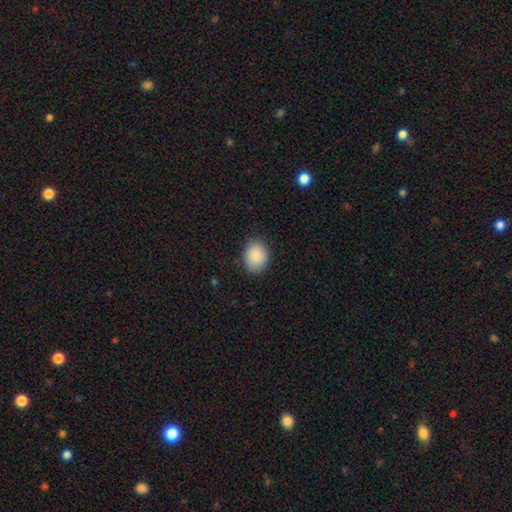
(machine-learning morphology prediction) smooth_or_featured: smooth (p=0.87) [alt: star or artifact p=0.08]
how_rounded: in between (p=0.52) [alt: round p=0.47]
merging: none (p=0.85) [alt: minor disturbance p=0.11]